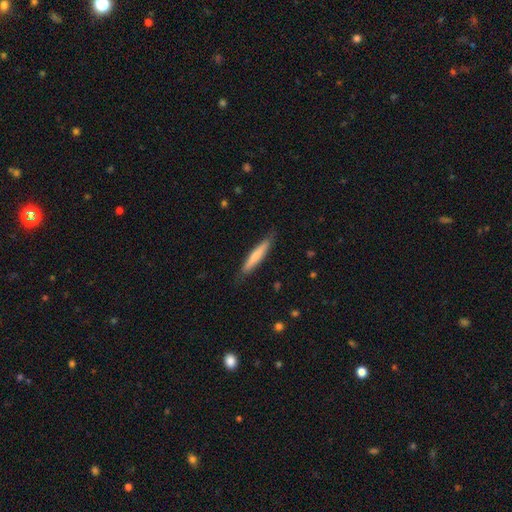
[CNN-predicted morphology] Smooth or featured? smooth (70%)
How rounded? cigar-shaped (93%)
Merging? none (85%)